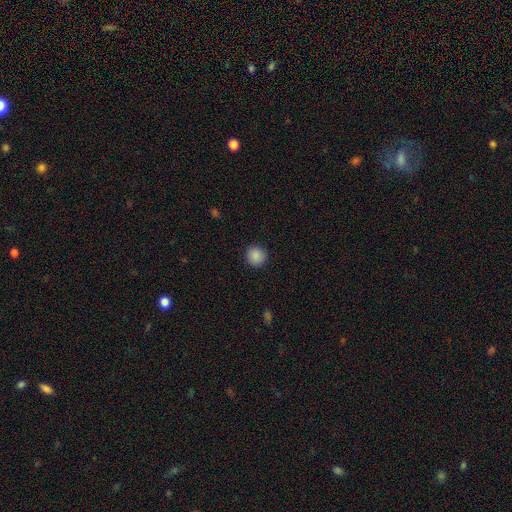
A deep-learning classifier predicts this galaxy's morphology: smooth-or-featured: smooth: 88% | star or artifact: 9% | featured or disk: 3%
  how-rounded: round: 94% | in between: 6% | cigar-shaped: 1%
  merging: none: 91% | minor disturbance: 6% | major disturbance: 2% | merger: 1%